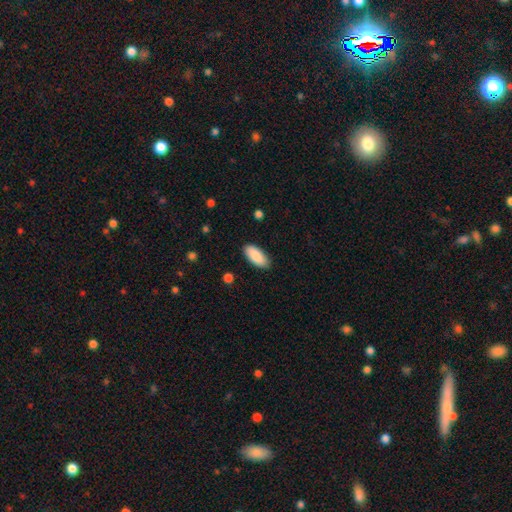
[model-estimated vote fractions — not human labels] A smooth galaxy with no disk features (88%) that is in between round and cigar-shaped (89%). Merging: none (88%).